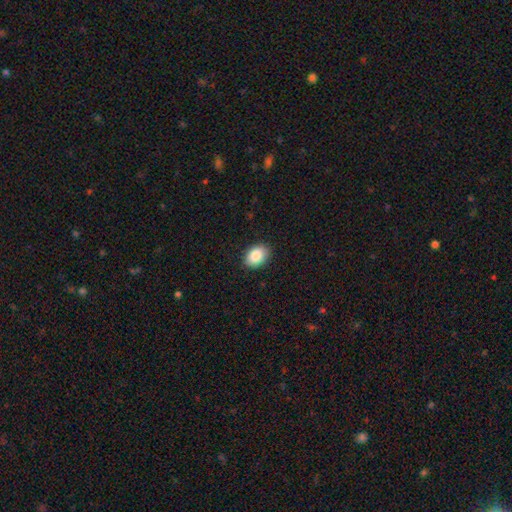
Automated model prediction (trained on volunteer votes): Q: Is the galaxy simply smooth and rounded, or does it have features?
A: smooth — 88%.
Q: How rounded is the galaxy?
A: in between — 80%.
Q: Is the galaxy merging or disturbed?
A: none — 89%.